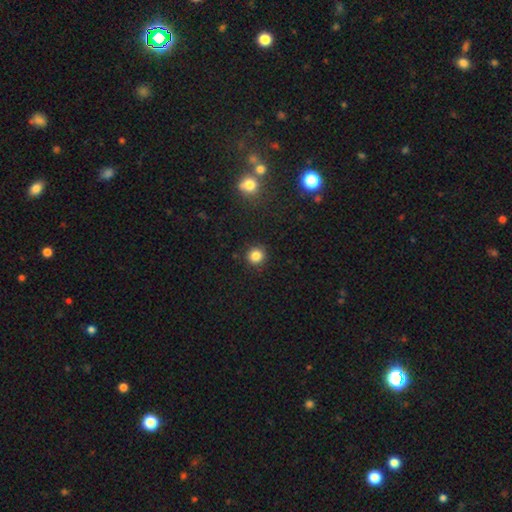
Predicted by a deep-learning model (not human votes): smooth-or-featured: smooth: 84% | star or artifact: 12% | featured or disk: 4%
  how-rounded: round: 92% | in between: 7% | cigar-shaped: 1%
  merging: none: 91% | minor disturbance: 6% | major disturbance: 2% | merger: 1%